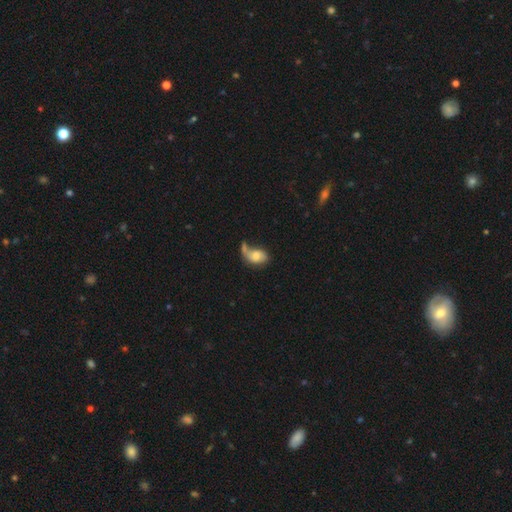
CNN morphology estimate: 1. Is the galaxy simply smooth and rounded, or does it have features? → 54% smooth, 37% featured or disk, 9% star or artifact.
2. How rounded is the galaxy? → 81% in between, 17% round, 2% cigar-shaped.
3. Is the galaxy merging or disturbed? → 28% none, 26% major disturbance, 26% merger, 20% minor disturbance.